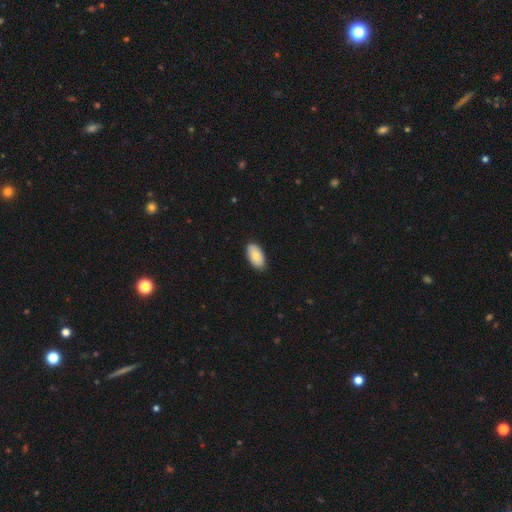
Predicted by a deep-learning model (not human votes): Overall: smooth (83%). How rounded: in between (95%). Merging: none (88%).